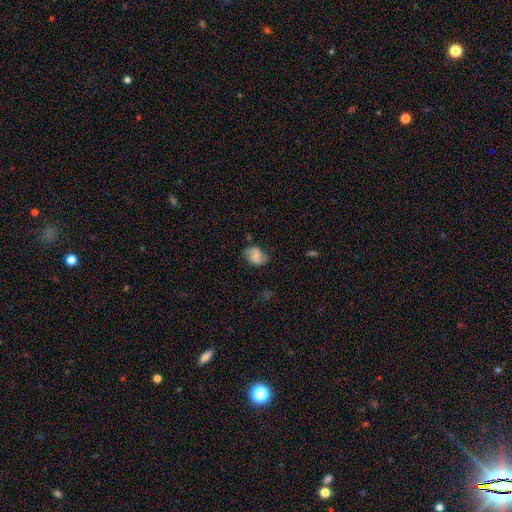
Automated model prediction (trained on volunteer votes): Smooth or featured? smooth (53%)
How rounded? in between (72%)
Merging? none (64%)